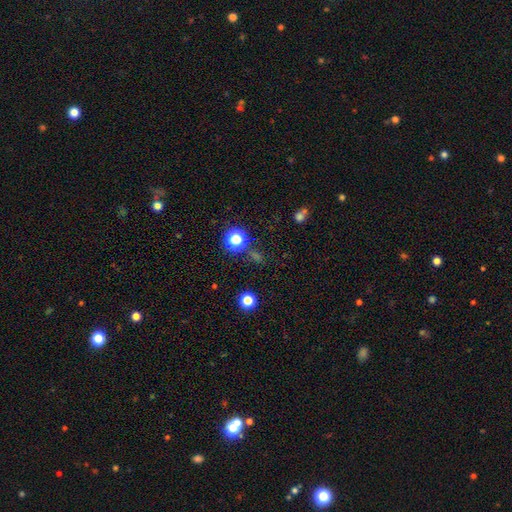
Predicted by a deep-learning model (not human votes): Smooth or featured: star or artifact — 52% (smooth — 40%)